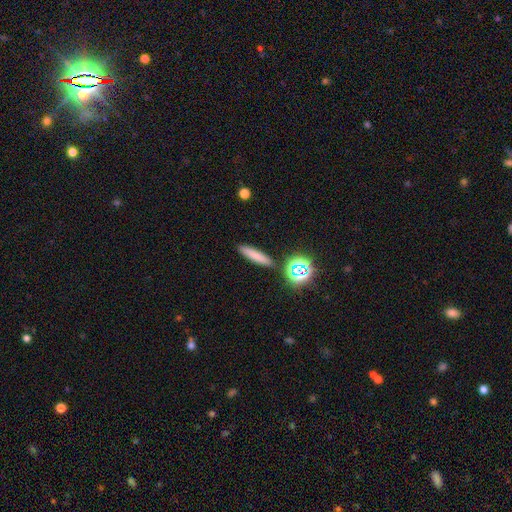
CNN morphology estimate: smooth 75%, star or artifact 14%, featured or disk 11%. Down the decision tree: how rounded — cigar-shaped (84%); merging — none (88%).